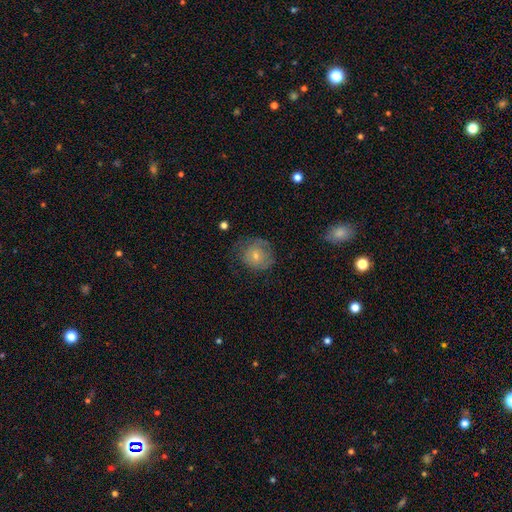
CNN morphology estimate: A smooth galaxy with no disk features (47%). Merging: none (67%).